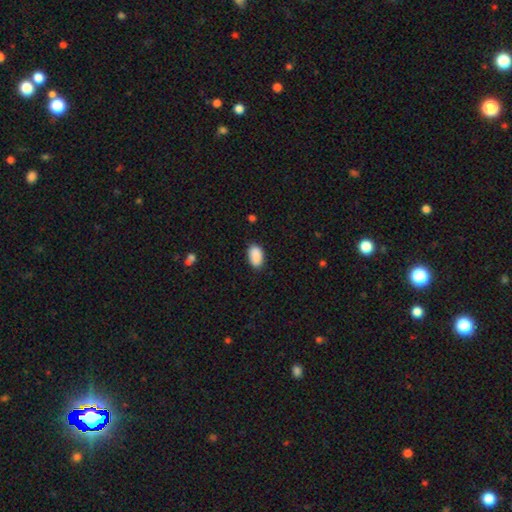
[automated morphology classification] smooth-or-featured: smooth: 90% | star or artifact: 7% | featured or disk: 3%
  how-rounded: in between: 93% | round: 5% | cigar-shaped: 1%
  merging: none: 85% | minor disturbance: 12% | major disturbance: 2% | merger: 1%